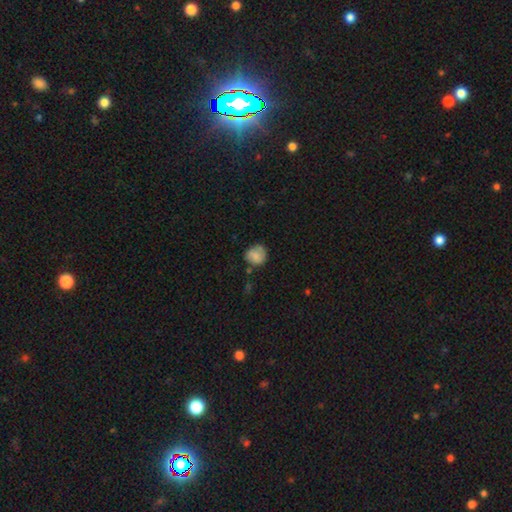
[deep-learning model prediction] The model was most divided on "merging": none: 62%, minor disturbance: 27%, major disturbance: 8%, merger: 4%. More confident: how rounded — round (81%); smooth or featured — smooth (75%).